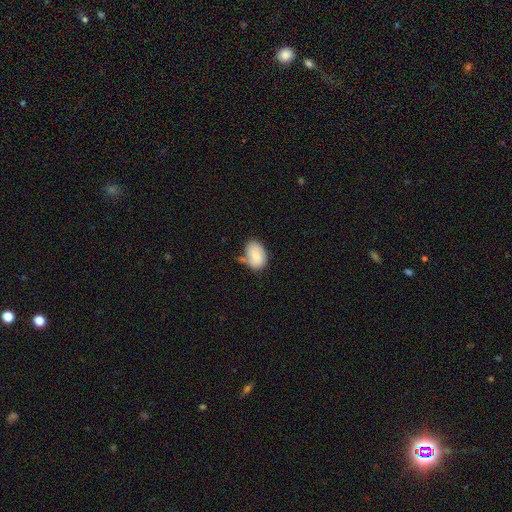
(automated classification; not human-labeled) Morphology: type=smooth (75%); roundness=in between (81%); merging=none (52%).